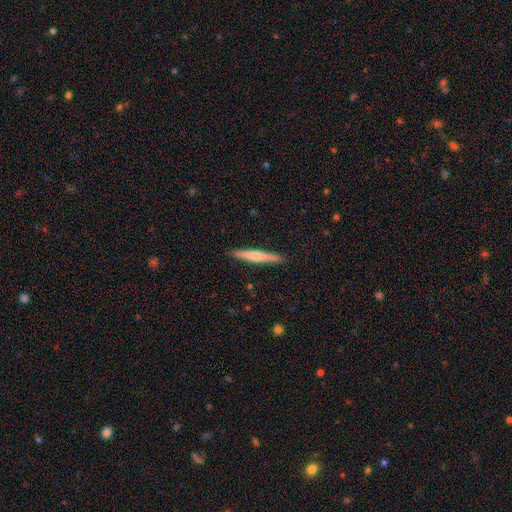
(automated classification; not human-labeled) This is possibly a smooth galaxy (54%). How rounded: clearly cigar-shaped (95%). Merging: clearly none (91%).